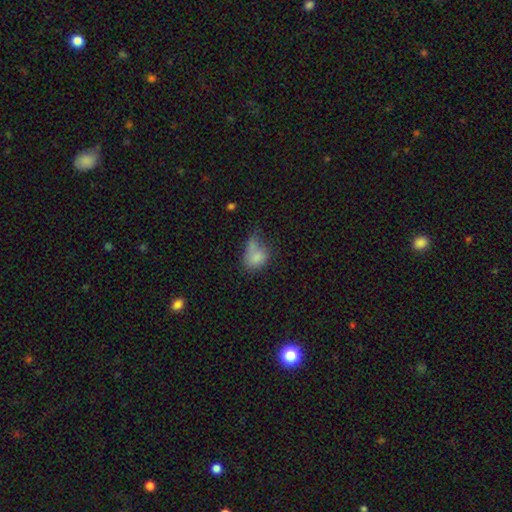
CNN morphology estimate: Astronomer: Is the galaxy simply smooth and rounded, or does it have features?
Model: smooth — 77%.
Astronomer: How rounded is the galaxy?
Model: in between — 68%.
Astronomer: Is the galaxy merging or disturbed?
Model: none — 29% (runner-up: minor disturbance, 25%).